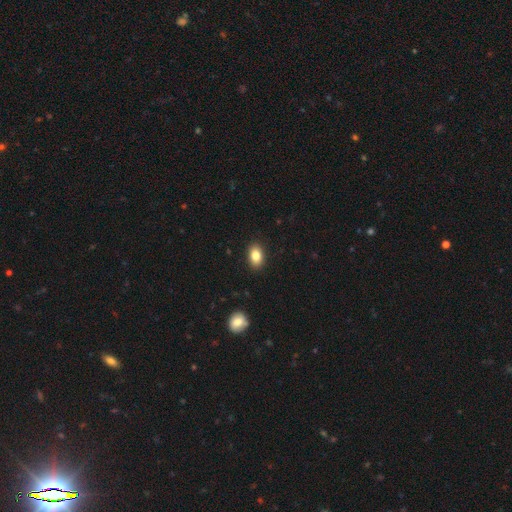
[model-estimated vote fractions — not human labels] Smooth or featured: smooth — 84% (star or artifact — 8%)
How rounded: in between — 86% (round — 12%)
Merging: none — 89% (minor disturbance — 8%)